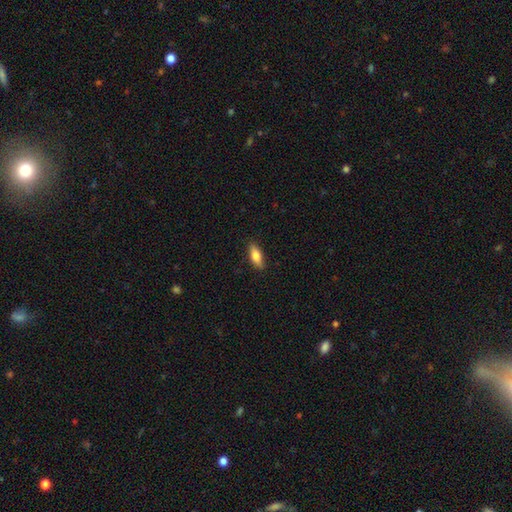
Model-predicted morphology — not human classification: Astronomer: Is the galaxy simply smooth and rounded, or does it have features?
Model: smooth — 79%.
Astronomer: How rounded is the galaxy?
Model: in between — 72%.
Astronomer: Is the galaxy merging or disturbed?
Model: none — 87%.